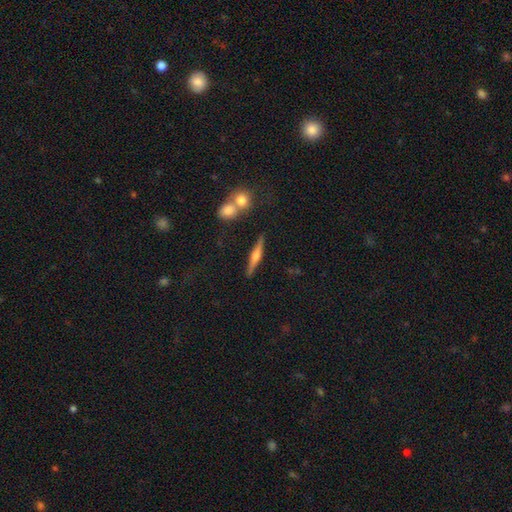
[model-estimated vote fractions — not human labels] A featured or disk galaxy (65%) viewed edge-on (97%) with a rounded central bulge (85%). Merging: none (85%).